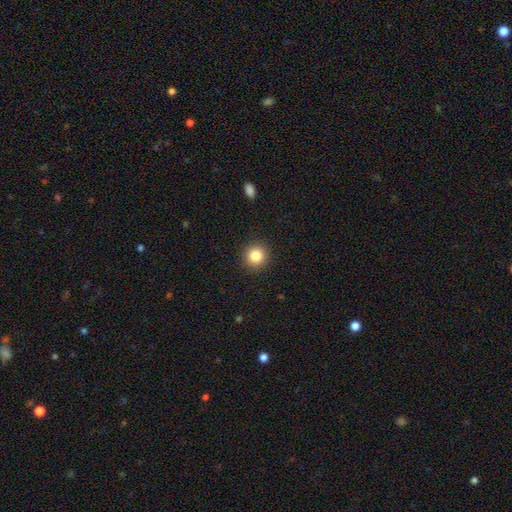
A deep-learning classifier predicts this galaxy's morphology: smooth 84%, star or artifact 11%, featured or disk 6%. Down the decision tree: how rounded — round (94%); merging — none (92%).